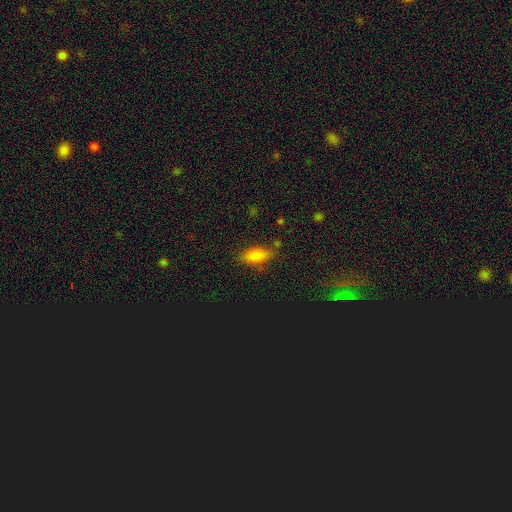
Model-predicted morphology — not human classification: A smooth galaxy with no disk features (77%) that is in between round and cigar-shaped (79%). Merging: none (76%).